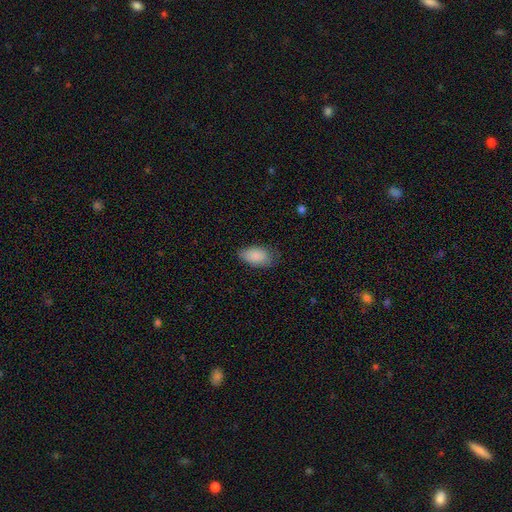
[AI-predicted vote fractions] smooth 88%, star or artifact 7%, featured or disk 5%. Down the decision tree: how rounded — in between (93%); merging — none (70%).